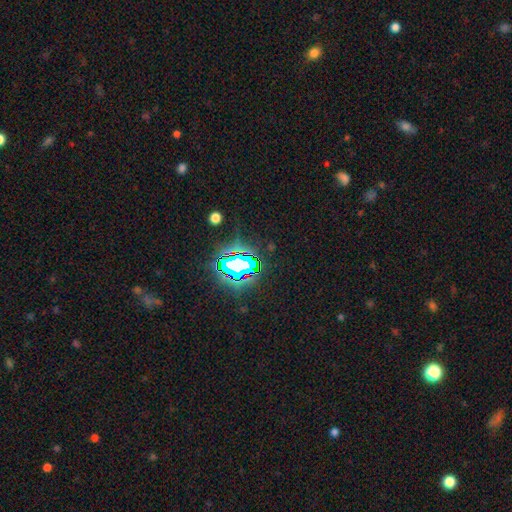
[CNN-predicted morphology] This appears to be a star or artifact, not a galaxy (81%).